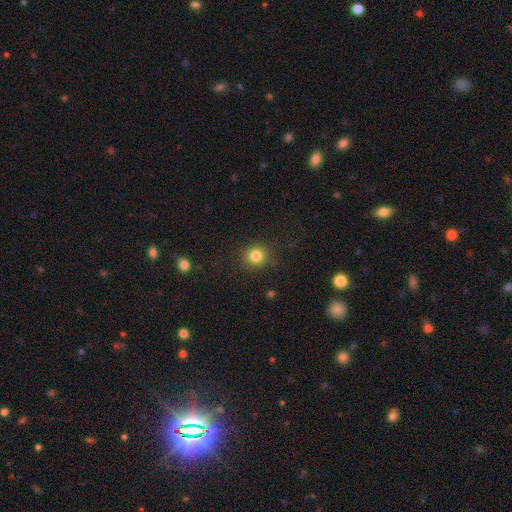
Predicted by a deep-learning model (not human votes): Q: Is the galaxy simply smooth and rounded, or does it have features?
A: smooth — 83%.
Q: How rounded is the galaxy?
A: round — 86%.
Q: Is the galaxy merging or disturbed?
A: none — 87%.